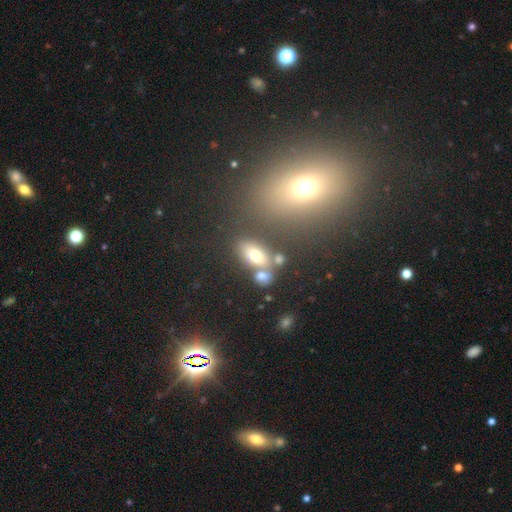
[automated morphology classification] Q: Smooth or featured?
A: smooth (70%); runner-up: featured or disk (17%)
Q: How rounded?
A: in between (83%); runner-up: round (10%)
Q: Merging?
A: none (60%); runner-up: merger (22%)